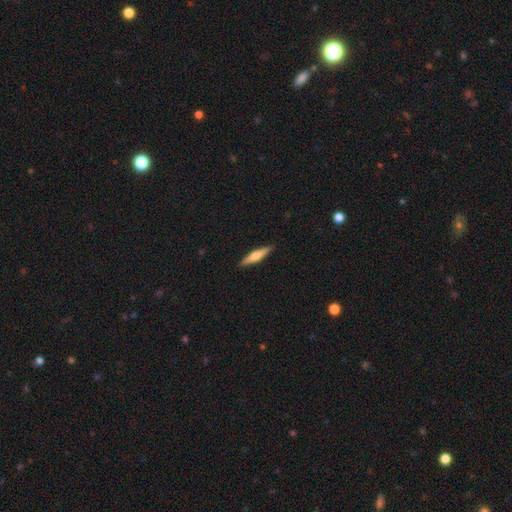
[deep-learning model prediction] A smooth galaxy with no disk features (51%) that is cigar-shaped (84%).

Vote fractions:
- Smooth or featured? smooth: 51% / featured or disk: 43% / star or artifact: 5%
- How rounded? cigar-shaped: 84% / in between: 15% / round: 2%
- Merging? none: 90% / minor disturbance: 7% / major disturbance: 2% / merger: 1%